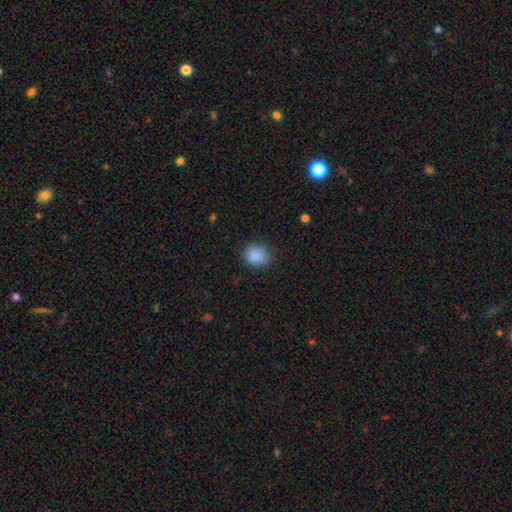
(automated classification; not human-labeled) Overall: smooth (88%). How rounded: round (62%; in between 37%). Merging: none (80%).